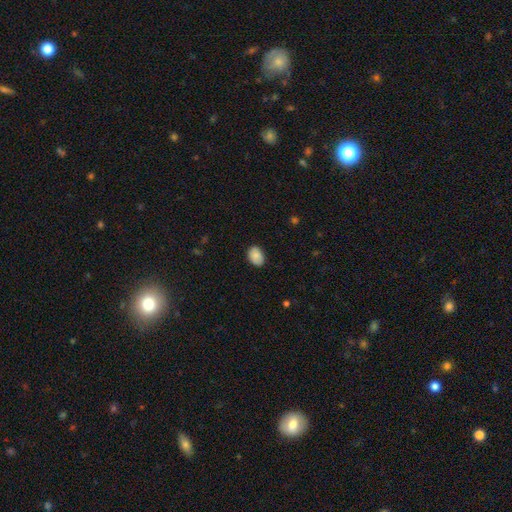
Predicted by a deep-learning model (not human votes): Smooth or featured?
  - smooth: 87% *
  - star or artifact: 7%
  - featured or disk: 6%
How rounded?
  - in between: 82% *
  - round: 17%
  - cigar-shaped: 1%
Merging?
  - none: 82% *
  - minor disturbance: 15%
  - major disturbance: 3%
  - merger: 1%